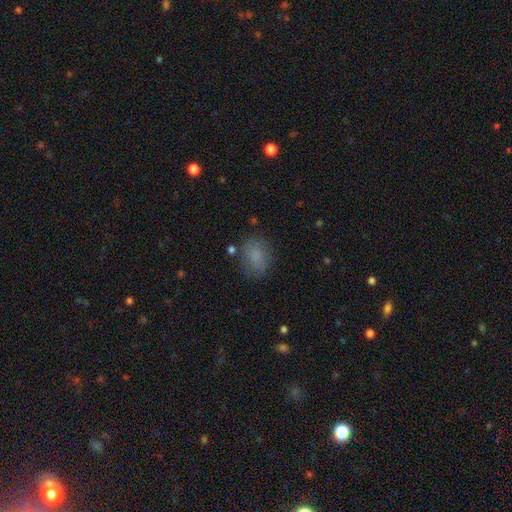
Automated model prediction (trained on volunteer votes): Smooth or featured? Predicted: smooth (p=0.81). How rounded? Predicted: in between (p=0.70). Merging? Predicted: none (p=0.75).